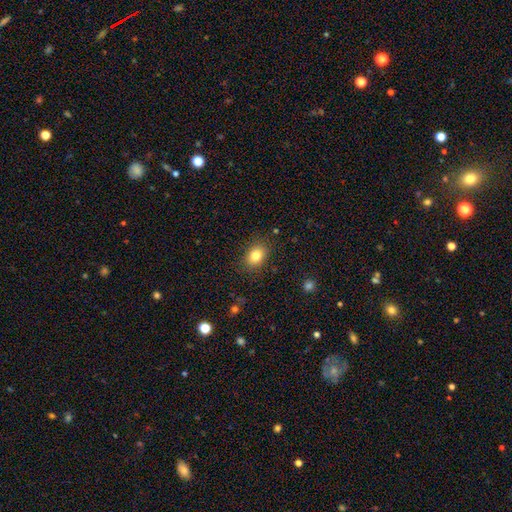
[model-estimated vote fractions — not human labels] A smooth galaxy with no disk features (82%) that is in between round and cigar-shaped (65%). Merging: none (86%).